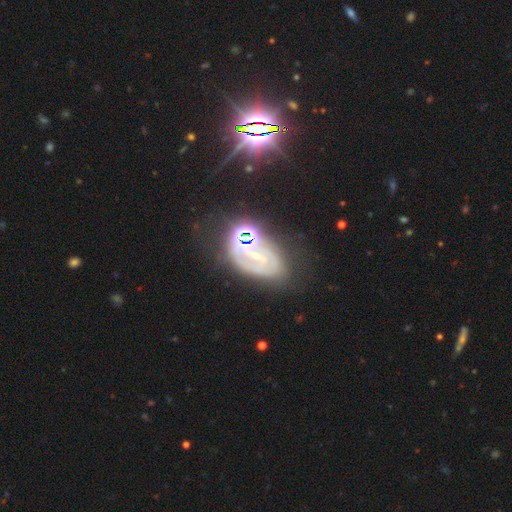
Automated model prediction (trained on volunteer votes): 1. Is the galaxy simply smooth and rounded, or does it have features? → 67% featured or disk, 20% star or artifact, 13% smooth.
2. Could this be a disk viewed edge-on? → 95% no, 5% yes.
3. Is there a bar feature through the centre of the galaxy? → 49% no, 34% weak, 17% strong.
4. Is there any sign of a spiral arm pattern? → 76% yes, 24% no.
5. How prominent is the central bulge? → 68% small, 20% moderate, 8% none, 2% large, 2% dominant.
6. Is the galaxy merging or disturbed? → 53% none, 23% minor disturbance, 16% major disturbance, 8% merger.